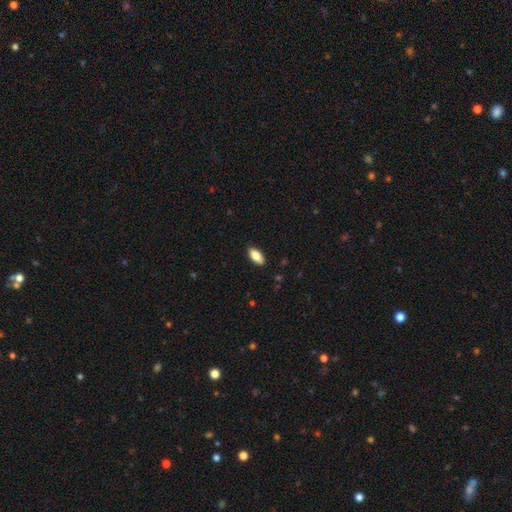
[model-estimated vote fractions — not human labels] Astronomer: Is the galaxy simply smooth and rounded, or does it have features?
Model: smooth — 81%.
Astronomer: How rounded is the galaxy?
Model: in between — 85%.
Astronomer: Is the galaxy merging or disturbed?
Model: none — 88%.